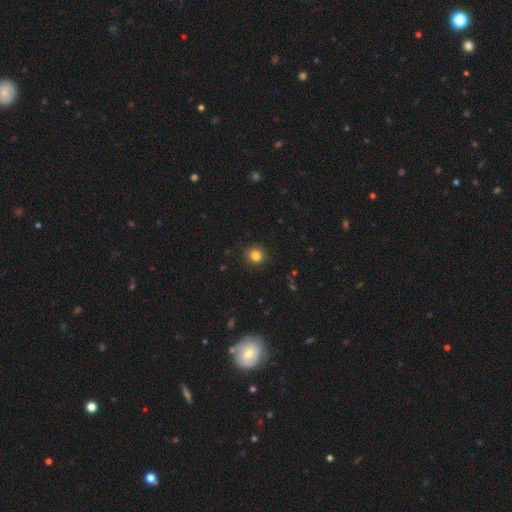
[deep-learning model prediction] Smooth or featured: smooth — 83% (star or artifact — 12%)
How rounded: round — 90% (in between — 10%)
Merging: none — 90% (minor disturbance — 7%)